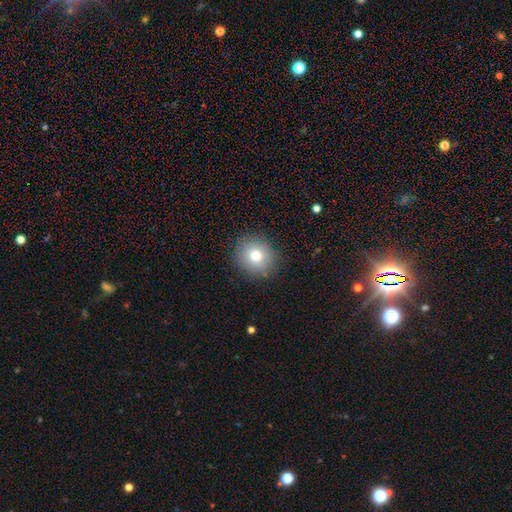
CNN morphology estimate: This appears to be a smooth galaxy with no disk features (77%) that is round (83%). Merging: none (88%).